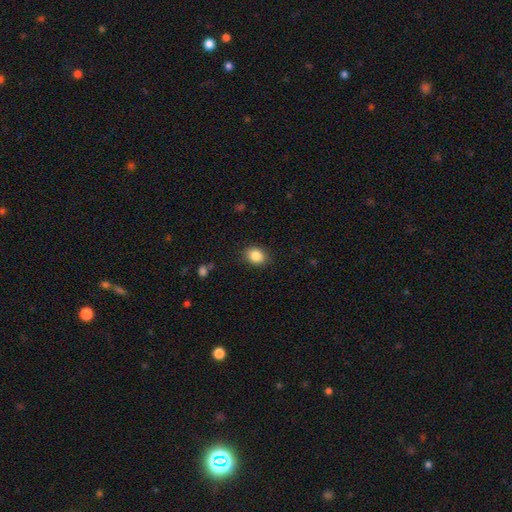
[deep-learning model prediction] This appears to be a smooth galaxy with no disk features (86%) that is in between round and cigar-shaped (55%). Merging: none (86%).